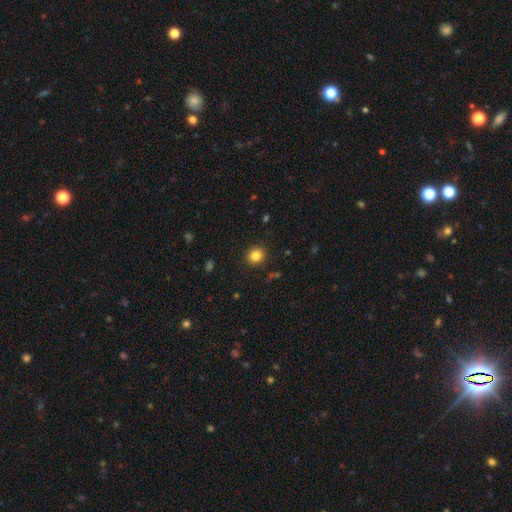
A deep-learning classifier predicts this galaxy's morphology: Smooth or featured? Predicted: smooth (p=0.83). How rounded? Predicted: round (p=0.86). Merging? Predicted: none (p=0.90).